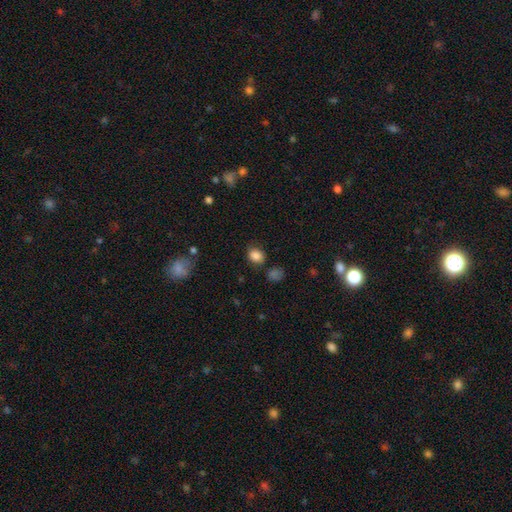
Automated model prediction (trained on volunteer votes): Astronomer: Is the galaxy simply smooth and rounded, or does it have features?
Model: smooth — 84%.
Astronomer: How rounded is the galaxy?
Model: round — 50% (runner-up: in between, 49%).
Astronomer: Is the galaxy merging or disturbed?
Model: none — 76%.